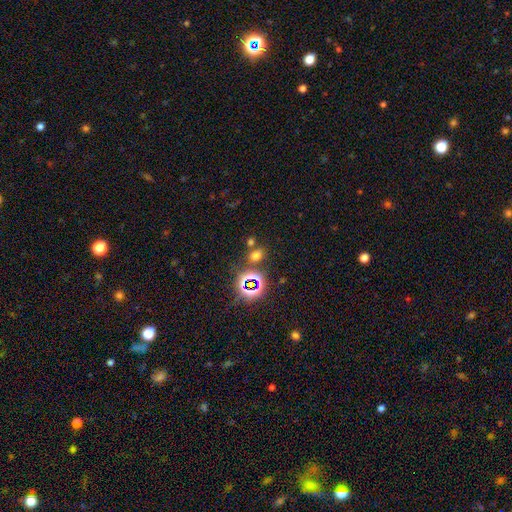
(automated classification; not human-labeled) Smooth or featured?
  - smooth: 56% *
  - star or artifact: 37%
  - featured or disk: 7%
How rounded?
  - in between: 57% *
  - round: 41%
  - cigar-shaped: 2%
Merging?
  - none: 72% *
  - merger: 14%
  - minor disturbance: 10%
  - major disturbance: 4%